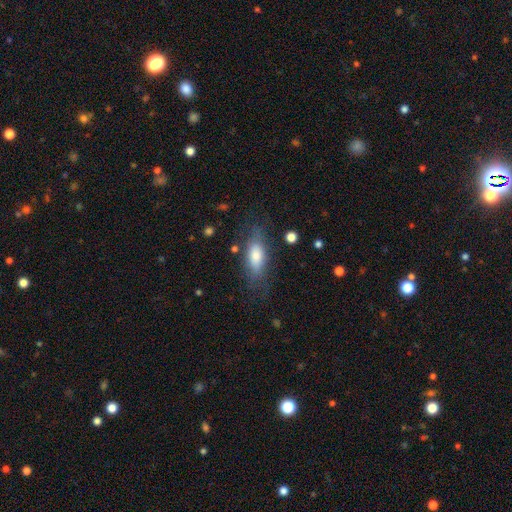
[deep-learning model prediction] Smooth or featured: smooth — 70% (featured or disk — 22%)
How rounded: in between — 71% (cigar-shaped — 26%)
Merging: none — 72% (minor disturbance — 18%)